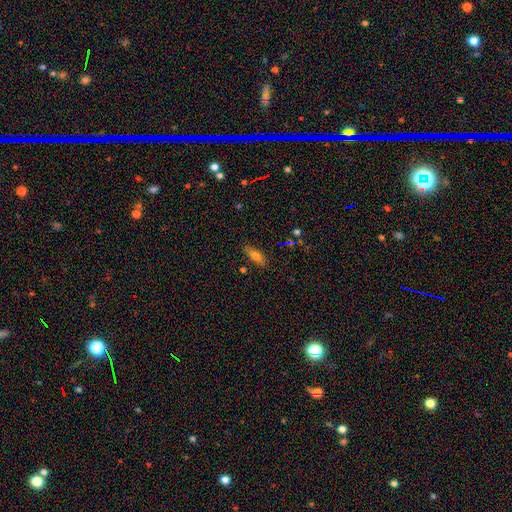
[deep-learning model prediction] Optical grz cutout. It shows a smooth galaxy with no disk features (71%) that is in between round and cigar-shaped (69%). Merging: none (81%).